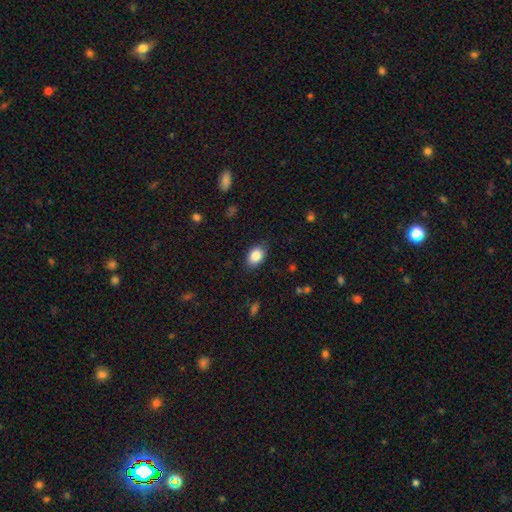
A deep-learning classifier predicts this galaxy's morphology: Q: Smooth or featured?
A: smooth (87%); runner-up: star or artifact (8%)
Q: How rounded?
A: in between (81%); runner-up: round (18%)
Q: Merging?
A: none (83%); runner-up: minor disturbance (13%)